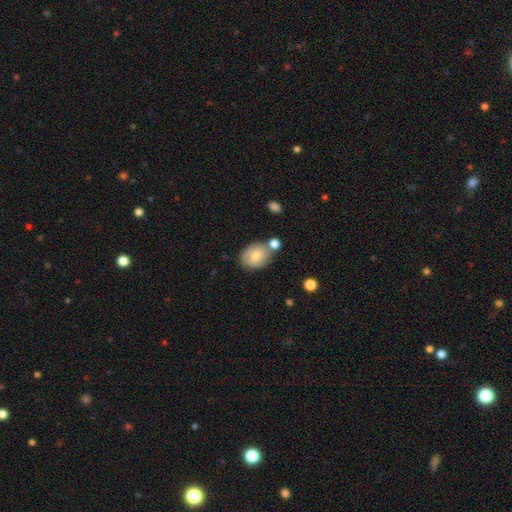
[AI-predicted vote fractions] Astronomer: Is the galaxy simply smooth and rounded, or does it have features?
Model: smooth — 73%.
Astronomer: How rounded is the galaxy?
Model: in between — 61% (runner-up: round, 38%).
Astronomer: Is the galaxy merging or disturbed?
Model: none — 63%.